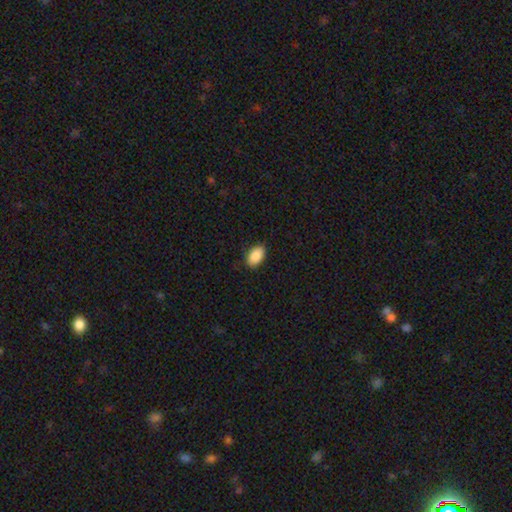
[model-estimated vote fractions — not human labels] smooth_or_featured: smooth (p=0.89) [alt: star or artifact p=0.07]
how_rounded: in between (p=0.94) [alt: round p=0.05]
merging: none (p=0.87) [alt: minor disturbance p=0.10]